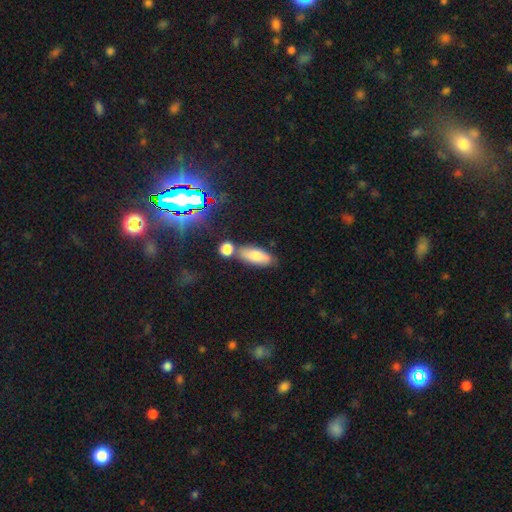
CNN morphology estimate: Overall: smooth (77%). How rounded: in between (77%). Merging: none (64%).